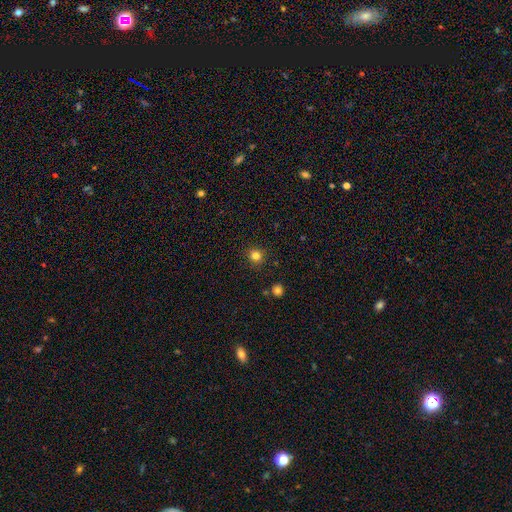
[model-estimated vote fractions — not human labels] Smooth or featured? smooth (81%)
How rounded? round (89%)
Merging? none (89%)